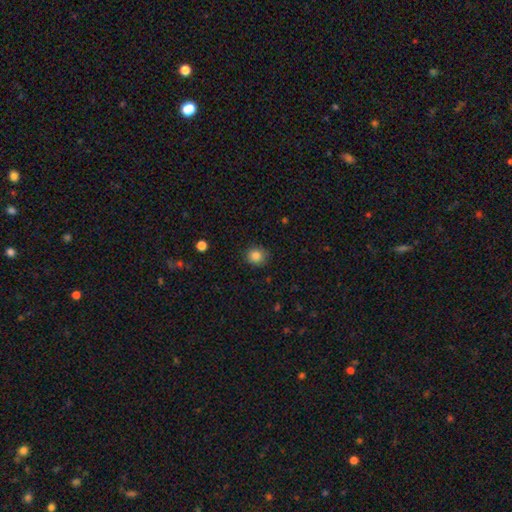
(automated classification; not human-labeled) This appears to be a smooth galaxy with no disk features (85%) that is round (84%). Merging: none (87%).